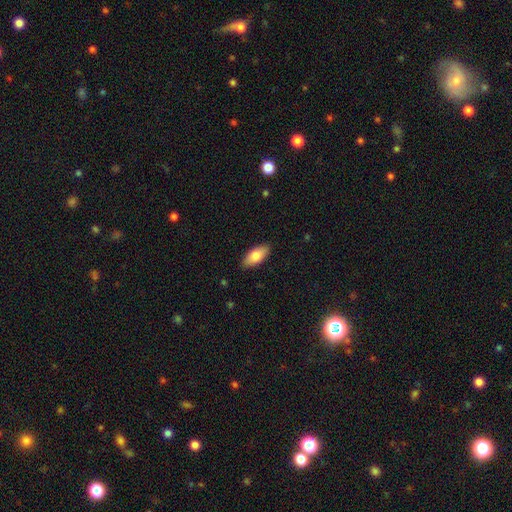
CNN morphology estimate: This is likely a smooth galaxy (79%). How rounded: clearly in between (88%). Merging: clearly none (88%).